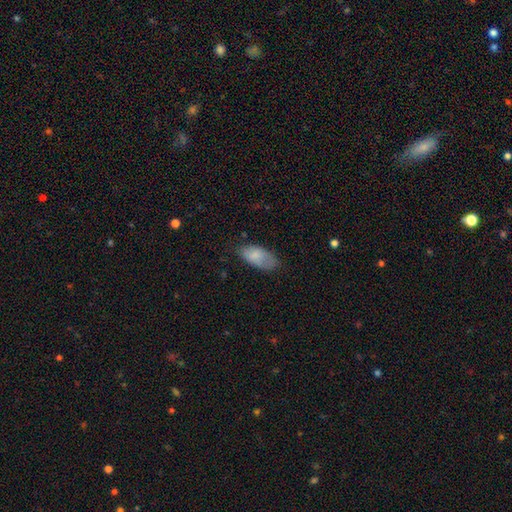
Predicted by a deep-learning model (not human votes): Smooth or featured?
  - smooth: 81% *
  - featured or disk: 12%
  - star or artifact: 7%
How rounded?
  - in between: 92% *
  - cigar-shaped: 6%
  - round: 2%
Merging?
  - none: 66% *
  - minor disturbance: 26%
  - major disturbance: 7%
  - merger: 2%